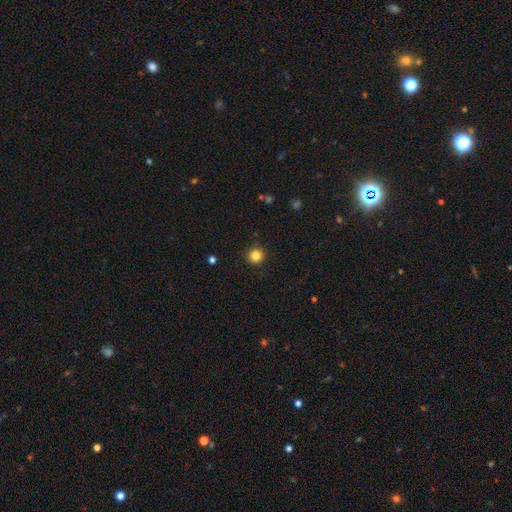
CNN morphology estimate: This appears to be a smooth galaxy with no disk features (84%) that is round (95%). Merging: none (91%).